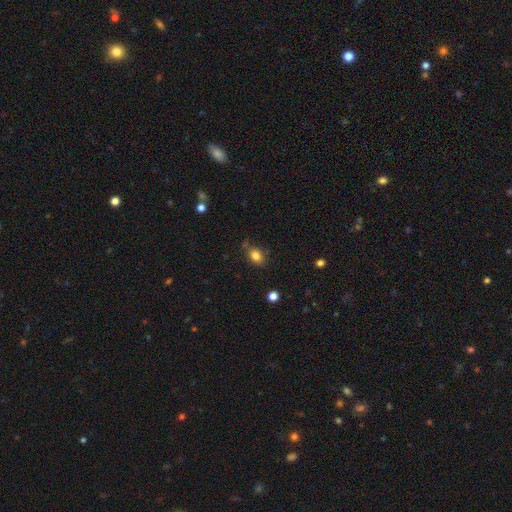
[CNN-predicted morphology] Overall: smooth (82%). How rounded: in between (68%; round 31%). Merging: none (75%).